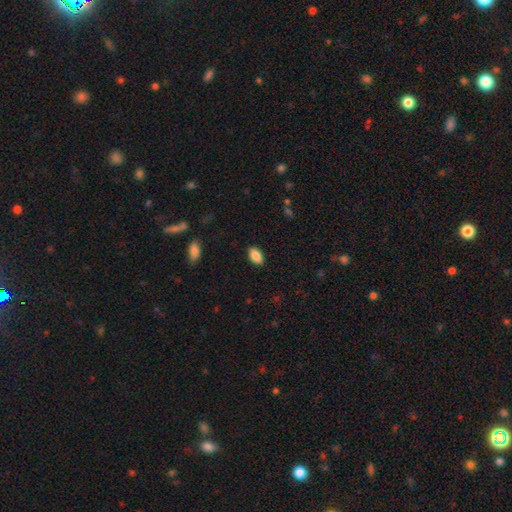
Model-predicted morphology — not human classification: This appears to be a smooth galaxy with no disk features (88%) that is in between round and cigar-shaped (93%). Merging: none (88%).